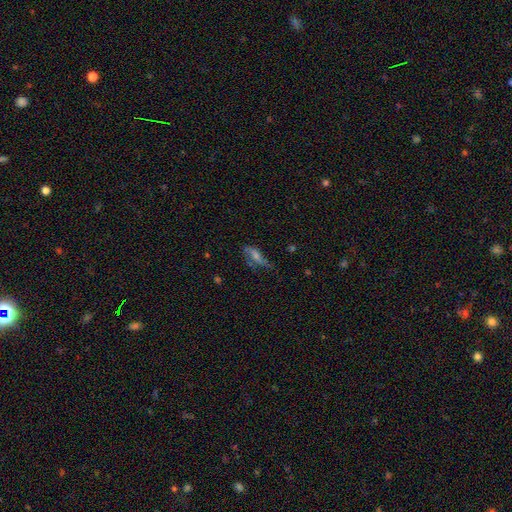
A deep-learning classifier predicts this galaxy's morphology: type=featured or disk (50%); edge-on=no (58%); merging=none (51%).